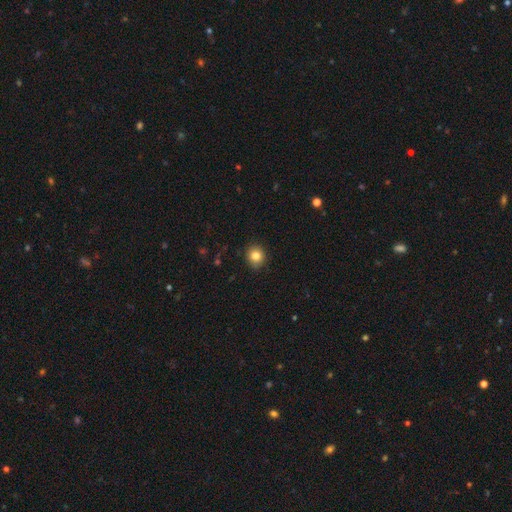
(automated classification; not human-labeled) Smooth or featured: smooth — 83% (star or artifact — 11%)
How rounded: round — 88% (in between — 11%)
Merging: none — 90% (minor disturbance — 7%)